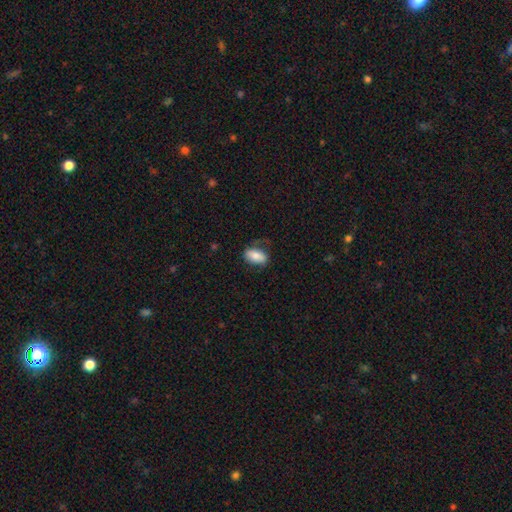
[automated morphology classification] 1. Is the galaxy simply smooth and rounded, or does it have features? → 78% smooth, 15% featured or disk, 7% star or artifact.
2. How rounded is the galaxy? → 92% in between, 4% round, 4% cigar-shaped.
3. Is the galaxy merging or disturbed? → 62% none, 25% minor disturbance, 11% major disturbance, 2% merger.